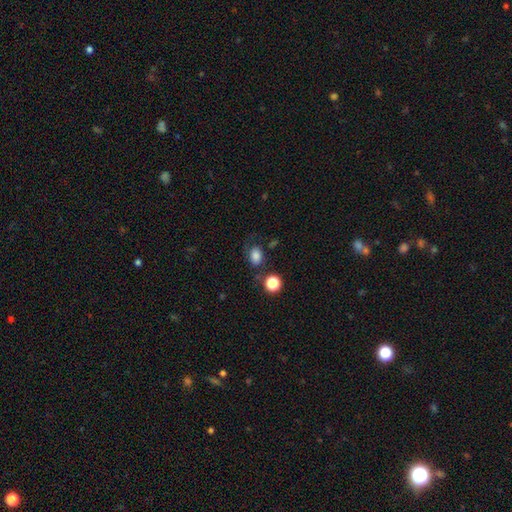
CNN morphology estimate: This appears to be a smooth galaxy with no disk features (79%) that is in between round and cigar-shaped (65%). Merging: none (62%).